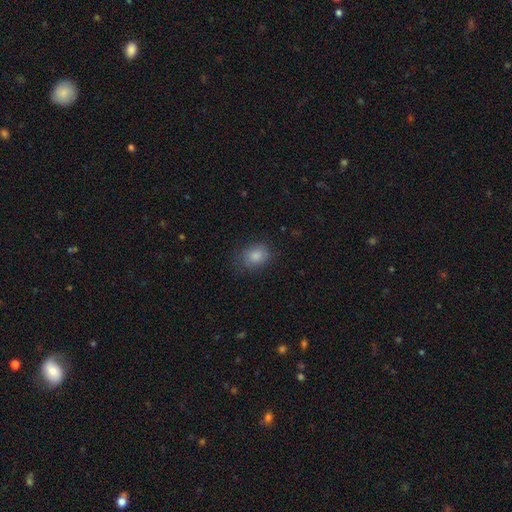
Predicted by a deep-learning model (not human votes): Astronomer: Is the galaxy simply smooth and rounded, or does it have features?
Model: smooth — 85%.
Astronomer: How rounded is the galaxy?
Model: in between — 52% (runner-up: round, 47%).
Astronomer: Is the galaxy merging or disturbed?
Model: none — 75%.